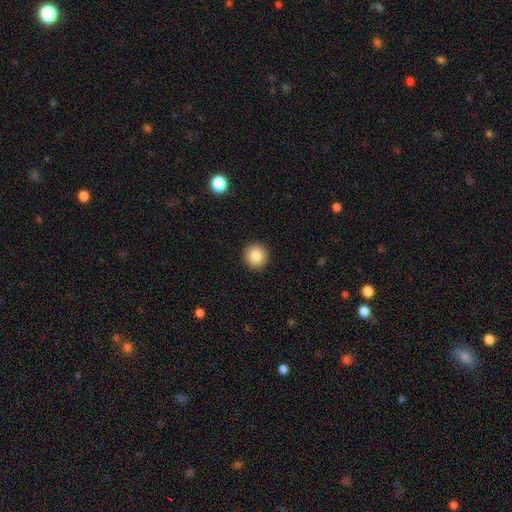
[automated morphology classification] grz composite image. It shows a smooth galaxy with no disk features (85%) that is round (95%). Merging: none (93%).